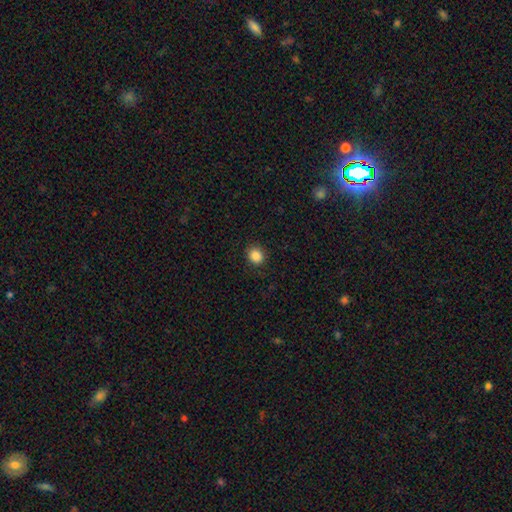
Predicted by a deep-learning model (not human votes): Smooth or featured: smooth — 87% (star or artifact — 10%)
How rounded: round — 82% (in between — 17%)
Merging: none — 90% (minor disturbance — 7%)